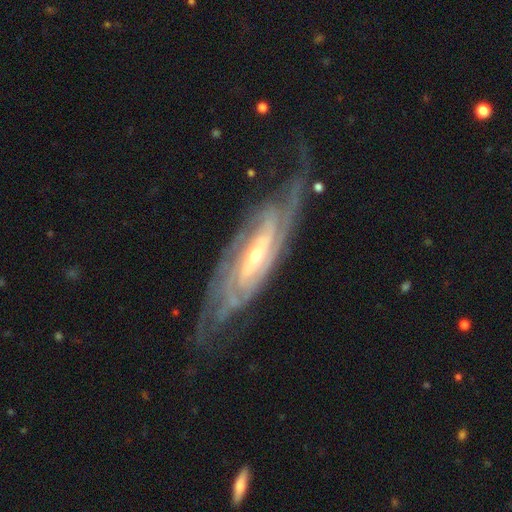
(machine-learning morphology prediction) The model was most divided on "spiral arm count": 2: 30%, can't tell: 28%, 3: 16%, 4: 13%, more than 4: 7%, 1: 6%. Remaining: spiral arms — yes (97%); smooth or featured — featured or disk (90%); edge-on disk — no (86%); merging — none (69%); spiral winding — tight (65%); bulge size — small (65%); bar — no (38%).